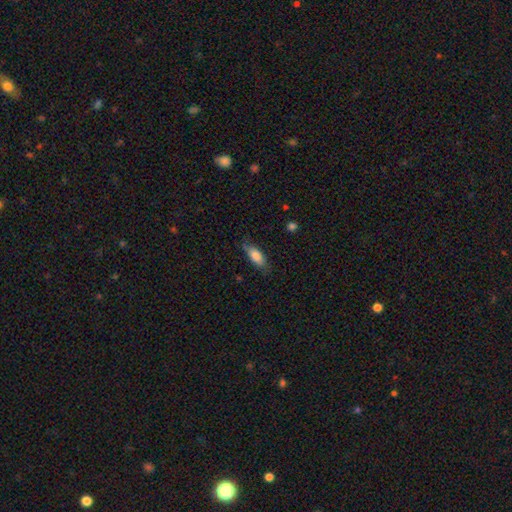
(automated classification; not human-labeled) Smooth or featured?
  - smooth: 78% *
  - featured or disk: 16%
  - star or artifact: 6%
How rounded?
  - in between: 73% *
  - cigar-shaped: 24%
  - round: 2%
Merging?
  - none: 73% *
  - minor disturbance: 21%
  - major disturbance: 5%
  - merger: 1%